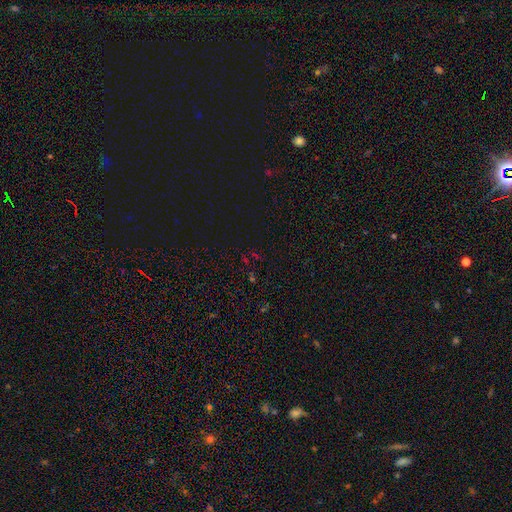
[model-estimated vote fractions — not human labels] The model was most divided on "smooth or featured": star or artifact: 69%, smooth: 22%, featured or disk: 9%.